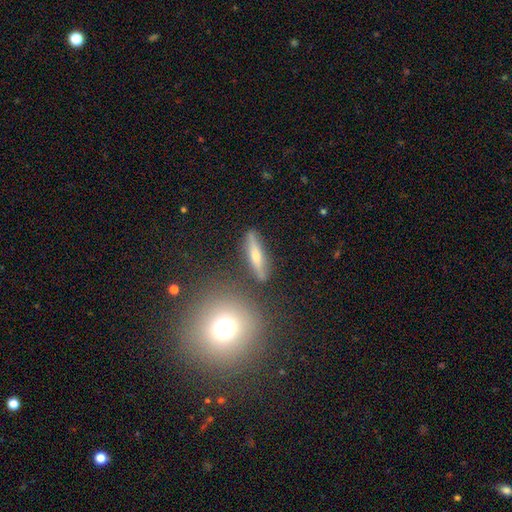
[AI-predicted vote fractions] A smooth galaxy with no disk features (51%) that is cigar-shaped (80%).

Vote fractions:
- Smooth or featured? smooth: 51% / featured or disk: 40% / star or artifact: 9%
- How rounded? cigar-shaped: 80% / in between: 16% / round: 4%
- Merging? none: 80% / minor disturbance: 12% / merger: 5% / major disturbance: 3%